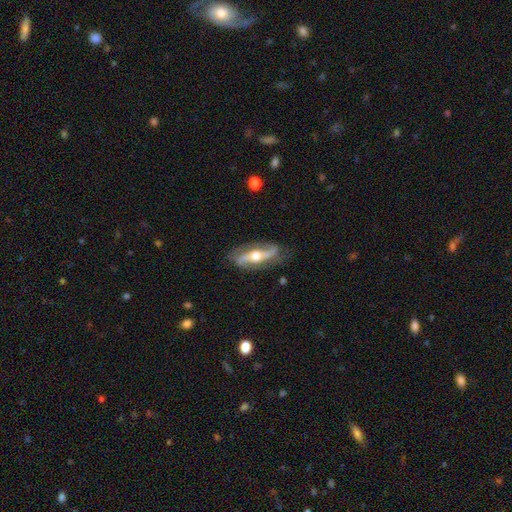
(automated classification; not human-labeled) Smooth or featured?
  - featured or disk: 83% *
  - smooth: 12%
  - star or artifact: 5%
Edge-on disk?
  - no: 82% *
  - yes: 18%
Bar?
  - no: 37% *
  - strong: 36%
  - weak: 27%
Spiral arms?
  - yes: 89% *
  - no: 11%
Spiral winding?
  - loose: 47% *
  - medium: 35%
  - tight: 18%
Spiral arm count?
  - 2: 89% *
  - can't tell: 5%
  - 1: 3%
  - 3: 1%
  - 4: 1%
  - more than 4: 1%
Bulge size?
  - moderate: 73% *
  - small: 15%
  - large: 9%
  - dominant: 1%
  - none: 1%
Merging?
  - none: 74% *
  - minor disturbance: 17%
  - major disturbance: 7%
  - merger: 2%